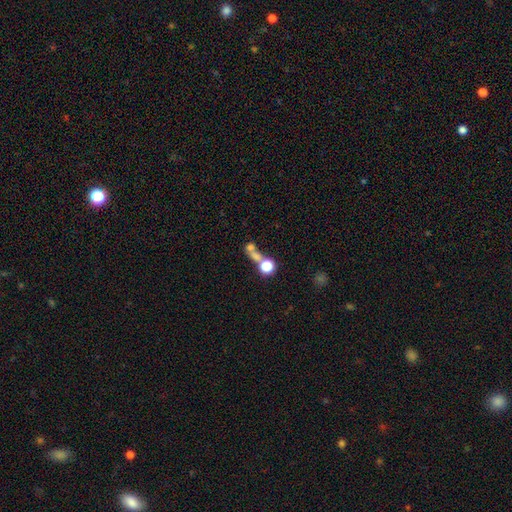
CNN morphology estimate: A smooth galaxy with no disk features (61%) that is round (77%). Merging: merger (50%).